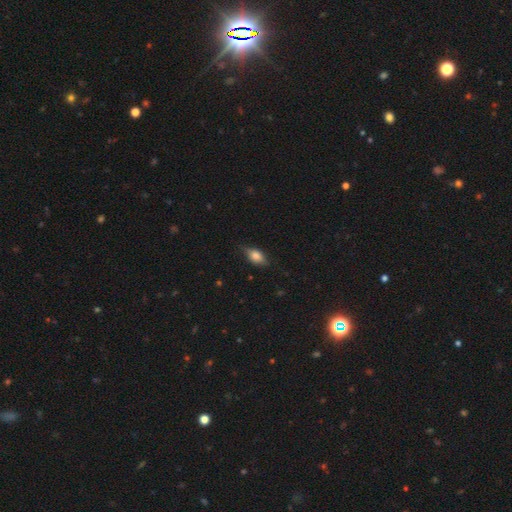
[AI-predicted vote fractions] A smooth galaxy with no disk features (72%) that is in between round and cigar-shaped (84%).

Vote fractions:
- Smooth or featured? smooth: 72% / featured or disk: 20% / star or artifact: 8%
- How rounded? in between: 84% / cigar-shaped: 8% / round: 8%
- Merging? none: 74% / minor disturbance: 21% / major disturbance: 4% / merger: 1%